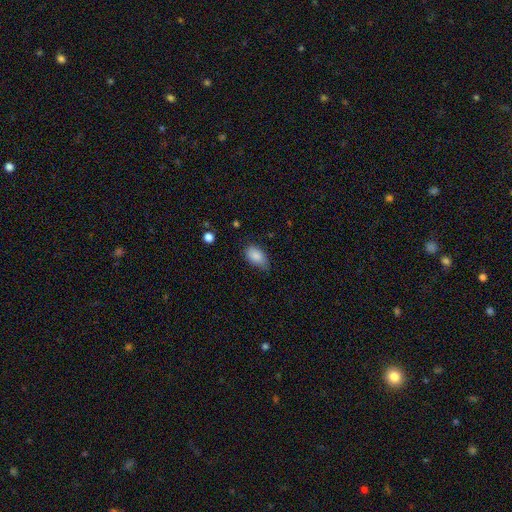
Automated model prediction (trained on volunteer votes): The model was most divided on "merging": none: 57%, minor disturbance: 35%, major disturbance: 7%, merger: 2%. More confident: how rounded — in between (92%); smooth or featured — smooth (86%).